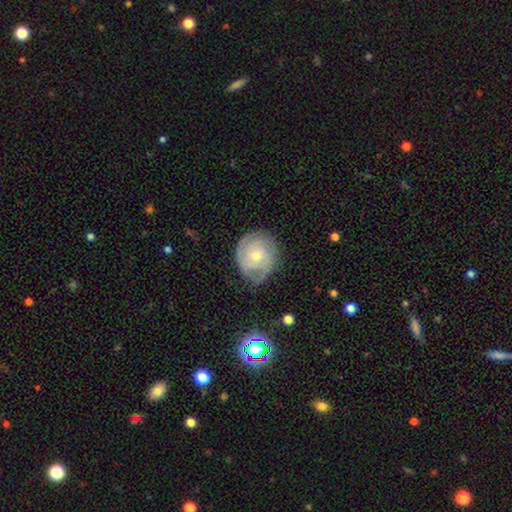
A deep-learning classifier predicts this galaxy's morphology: smooth_or_featured: featured or disk (p=0.73) [alt: smooth p=0.20]
disk_edge_on: no (p=0.97) [alt: yes p=0.03]
bar: no (p=0.74) [alt: weak p=0.23]
has_spiral_arms: yes (p=0.92) [alt: no p=0.08]
spiral_winding: tight (p=0.61) [alt: medium p=0.31]
spiral_arm_count: 2 (p=0.43) [alt: can't tell p=0.26]
bulge_size: small (p=0.54) [alt: moderate p=0.42]
merging: none (p=0.69) [alt: minor disturbance p=0.22]